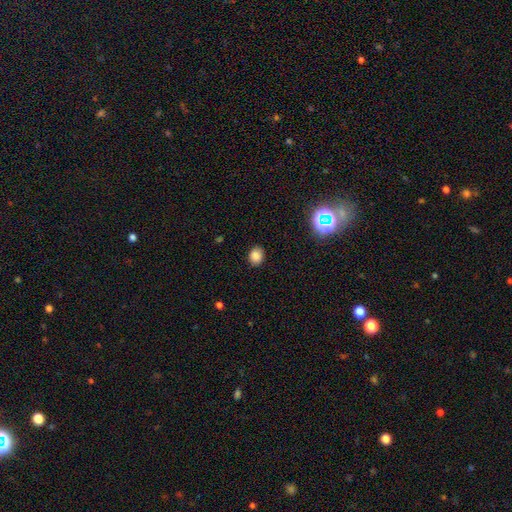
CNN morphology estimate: Q: Smooth or featured?
A: smooth (83%); runner-up: star or artifact (12%)
Q: How rounded?
A: round (54%); runner-up: in between (45%)
Q: Merging?
A: none (88%); runner-up: minor disturbance (9%)